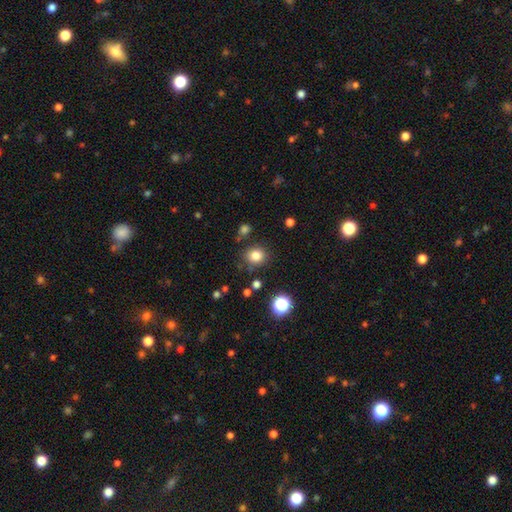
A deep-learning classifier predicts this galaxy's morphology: smooth_or_featured: smooth (p=0.81) [alt: star or artifact p=0.13]
how_rounded: round (p=0.80) [alt: in between p=0.19]
merging: none (p=0.81) [alt: minor disturbance p=0.10]